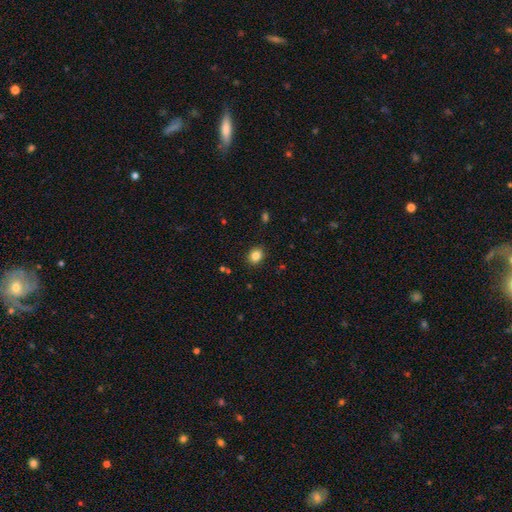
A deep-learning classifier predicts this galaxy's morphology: smooth 84%, star or artifact 10%, featured or disk 5%. Down the decision tree: how rounded — round (58%); merging — none (90%).